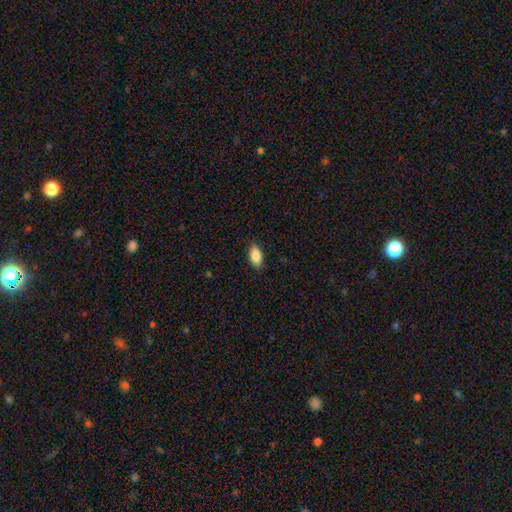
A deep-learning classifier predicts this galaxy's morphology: smooth-or-featured: smooth: 86% | featured or disk: 7% | star or artifact: 7%
  how-rounded: in between: 91% | cigar-shaped: 6% | round: 3%
  merging: none: 87% | minor disturbance: 10% | major disturbance: 2% | merger: 1%